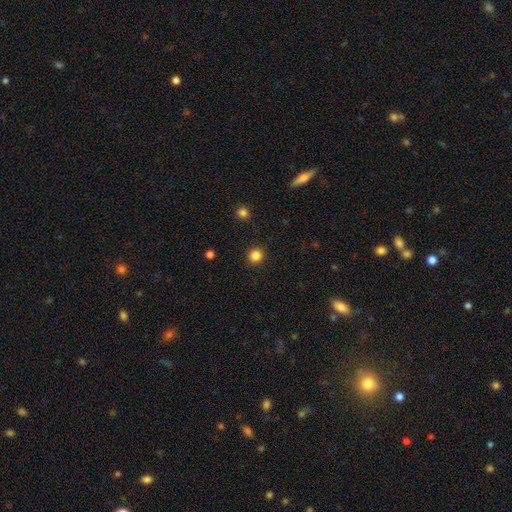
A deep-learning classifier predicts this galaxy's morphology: smooth 84%, star or artifact 12%, featured or disk 4%. Down the decision tree: how rounded — round (91%); merging — none (92%).